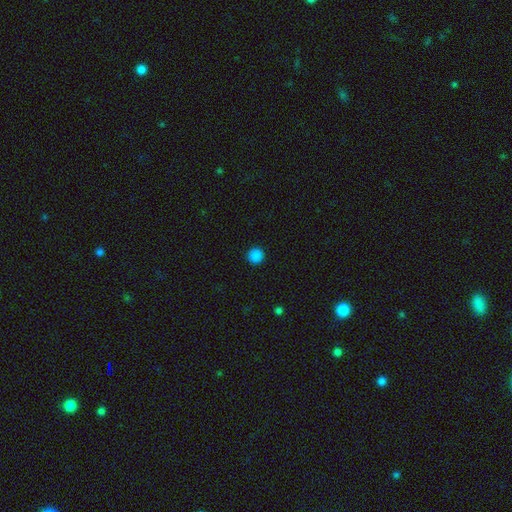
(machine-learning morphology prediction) Q: Smooth or featured?
A: smooth (86%); runner-up: star or artifact (11%)
Q: How rounded?
A: round (95%); runner-up: in between (4%)
Q: Merging?
A: none (93%); runner-up: minor disturbance (4%)